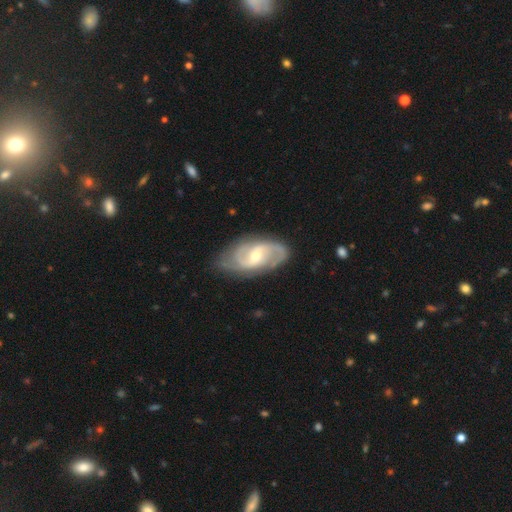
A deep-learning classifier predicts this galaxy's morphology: Overall: featured or disk (86%). Edge-on disk: no (96%). Bar: weak (54%; no 28%). Spiral arms: yes (96%). Spiral arm count: 2 (74%). Spiral winding: medium (50%; tight 28%). Bulge size: moderate (49%; small 47%). Merging: none (76%).